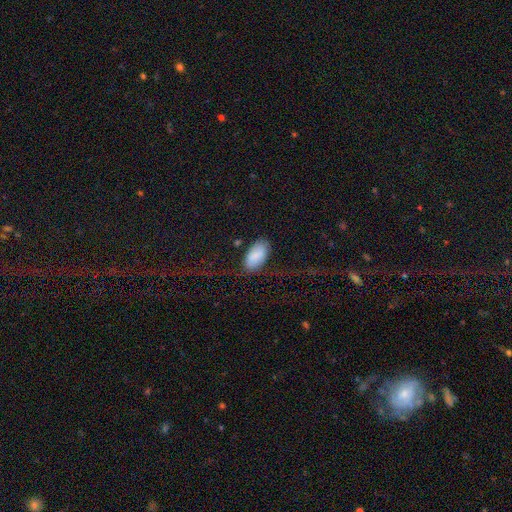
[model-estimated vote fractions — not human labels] Smooth or featured: smooth — 83% (featured or disk — 10%)
How rounded: in between — 95% (cigar-shaped — 3%)
Merging: none — 61% (minor disturbance — 19%)